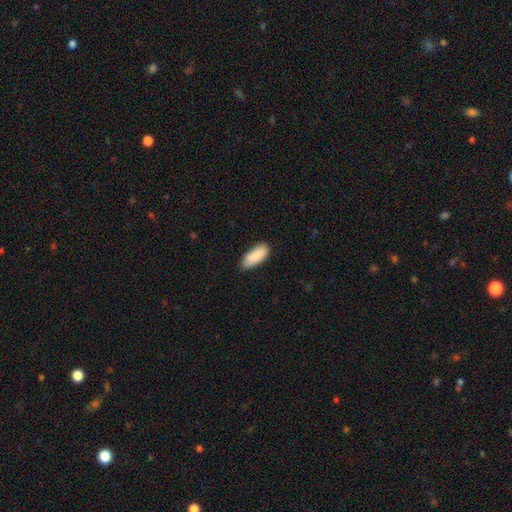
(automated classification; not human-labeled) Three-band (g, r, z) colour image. It shows a smooth galaxy with no disk features (90%) that is in between round and cigar-shaped (81%). Merging: none (81%).